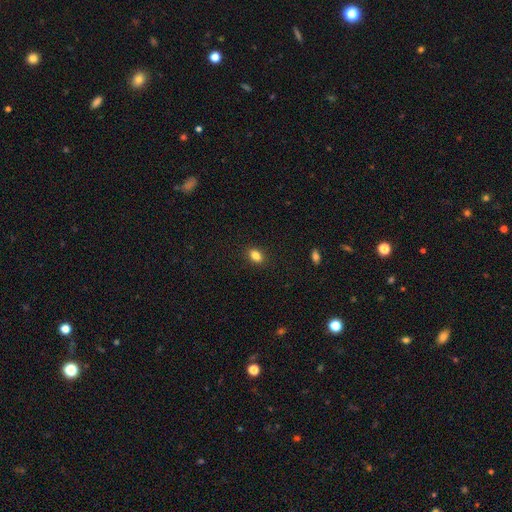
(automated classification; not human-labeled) smooth_or_featured: smooth (p=0.84) [alt: star or artifact p=0.10]
how_rounded: in between (p=0.78) [alt: round p=0.20]
merging: none (p=0.89) [alt: minor disturbance p=0.08]